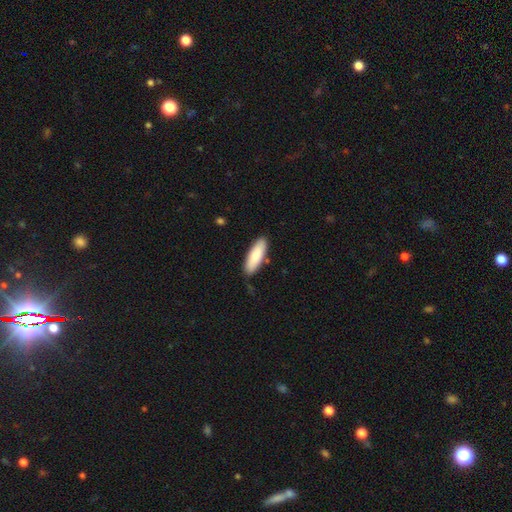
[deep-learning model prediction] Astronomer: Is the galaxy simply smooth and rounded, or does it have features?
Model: smooth — 84%.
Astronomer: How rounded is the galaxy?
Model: in between — 58% (runner-up: cigar-shaped, 41%).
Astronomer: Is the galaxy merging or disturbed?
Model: none — 84%.